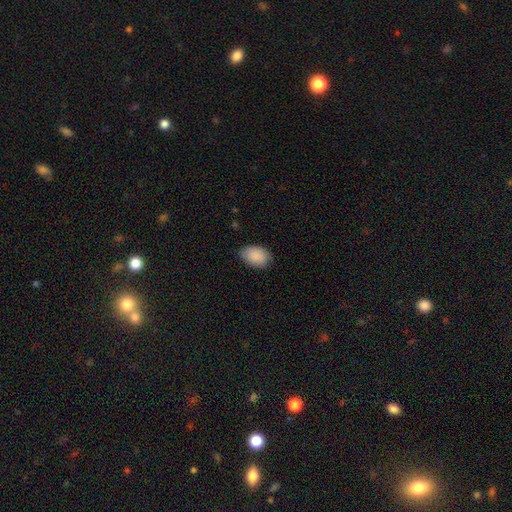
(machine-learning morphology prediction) Smooth or featured? smooth (90%)
How rounded? in between (85%)
Merging? none (80%)